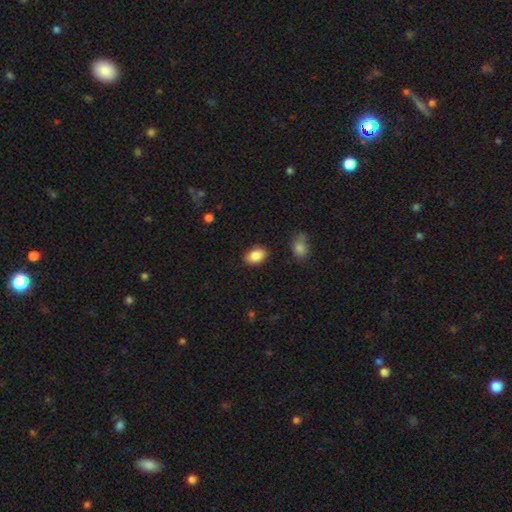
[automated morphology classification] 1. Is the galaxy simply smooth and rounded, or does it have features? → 86% smooth, 8% star or artifact, 6% featured or disk.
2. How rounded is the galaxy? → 85% in between, 13% round, 1% cigar-shaped.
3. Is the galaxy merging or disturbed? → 85% none, 11% minor disturbance, 3% major disturbance, 2% merger.